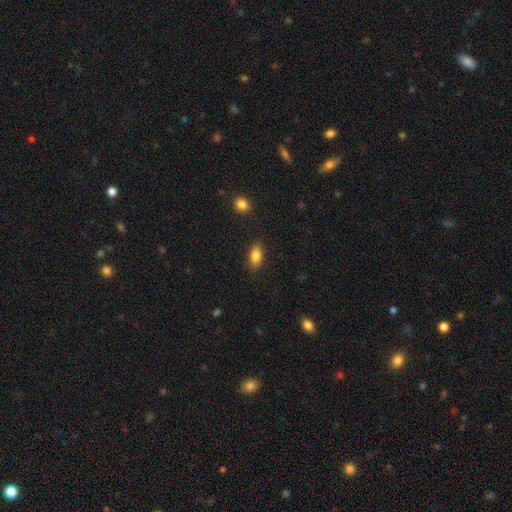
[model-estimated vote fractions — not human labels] This appears to be a smooth galaxy with no disk features (84%) that is in between round and cigar-shaped (86%). Merging: none (85%).